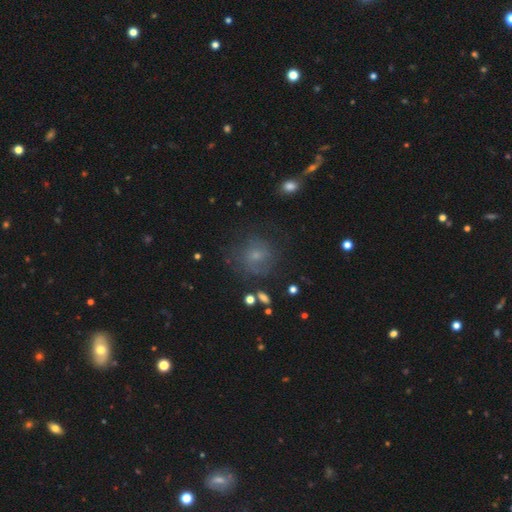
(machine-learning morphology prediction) Overall: smooth (49%; featured or disk 31%). Merging: none (67%).